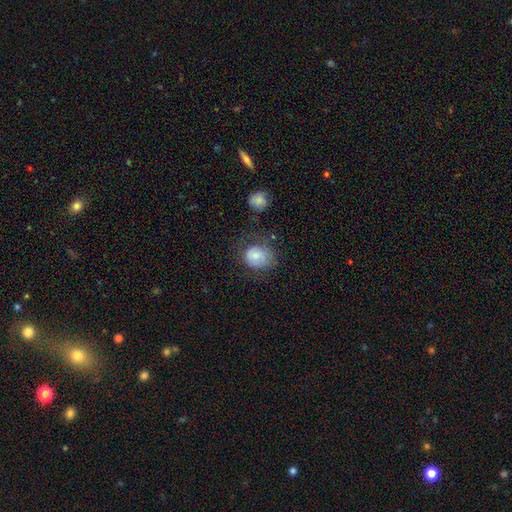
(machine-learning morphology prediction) Smooth or featured? Predicted: smooth (p=0.78). How rounded? Predicted: round (p=0.60). Merging? Predicted: none (p=0.54).